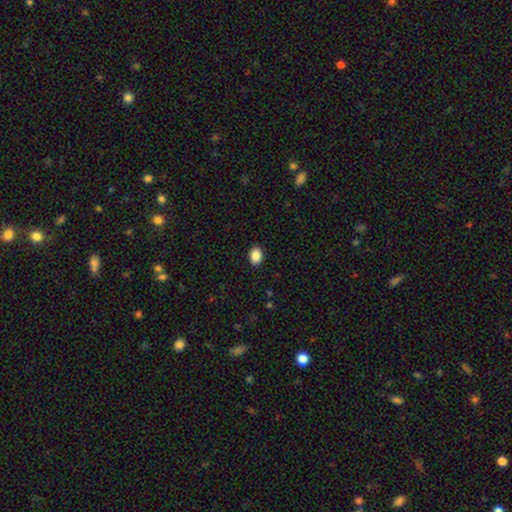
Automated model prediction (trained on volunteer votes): smooth_or_featured: smooth (p=0.89) [alt: star or artifact p=0.08]
how_rounded: in between (p=0.79) [alt: round p=0.20]
merging: none (p=0.90) [alt: minor disturbance p=0.08]